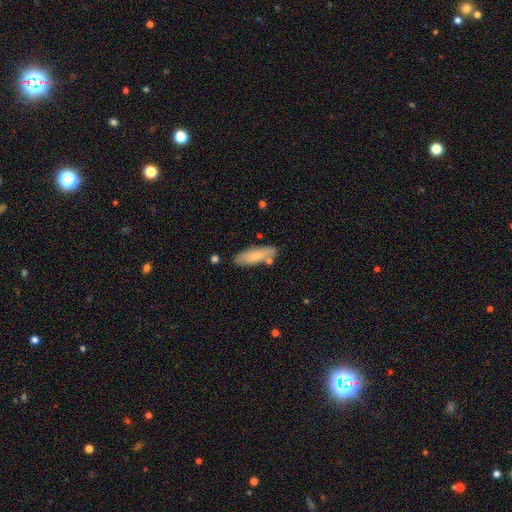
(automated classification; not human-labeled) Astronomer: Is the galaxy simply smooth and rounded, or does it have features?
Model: smooth — 77%.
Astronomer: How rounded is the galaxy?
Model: in between — 50% (runner-up: cigar-shaped, 48%).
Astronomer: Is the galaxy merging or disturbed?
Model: none — 79%.